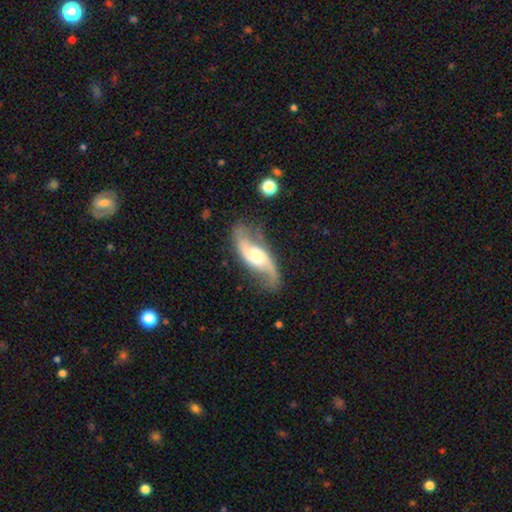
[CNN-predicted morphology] smooth-or-featured: featured or disk: 83% | smooth: 12% | star or artifact: 5%
  disk-edge-on: no: 91% | yes: 9%
    bar: weak: 43% | no: 40% | strong: 16%
    has-spiral-arms: yes: 96% | no: 4%
      spiral-winding: loose: 67% | medium: 27% | tight: 6%
      spiral-arm-count: 2: 91% | 1: 3% | can't tell: 3% | 3: 1% | 4: 1% | more than 4: 1%
    bulge-size: moderate: 46% | large: 31% | small: 15% | none: 5% | dominant: 4%
  merging: none: 70% | minor disturbance: 18% | major disturbance: 9% | merger: 2%